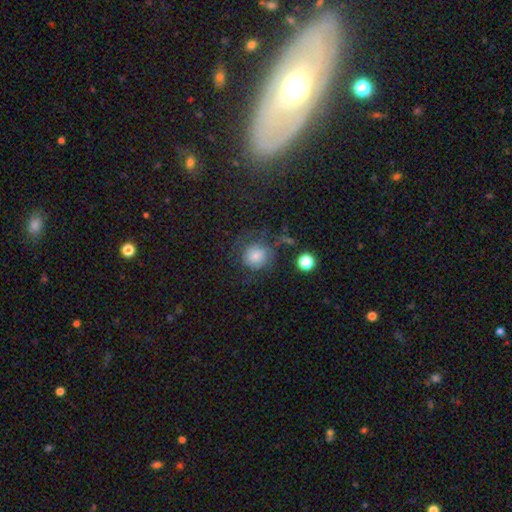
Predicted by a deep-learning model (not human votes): Smooth or featured? Predicted: smooth (p=0.68). How rounded? Predicted: round (p=0.89). Merging? Predicted: none (p=0.56).